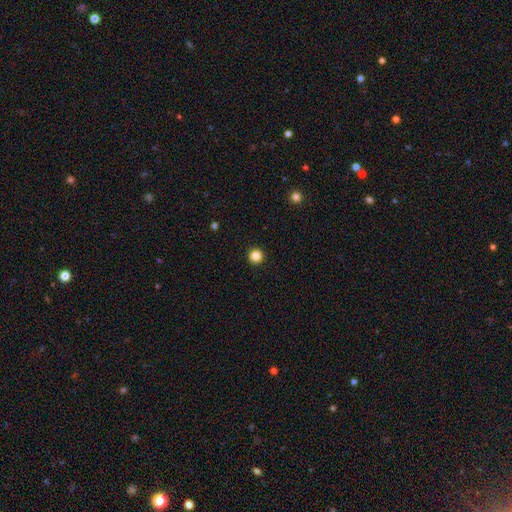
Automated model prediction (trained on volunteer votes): This appears to be a smooth galaxy with no disk features (85%) that is round (96%). Merging: none (94%).